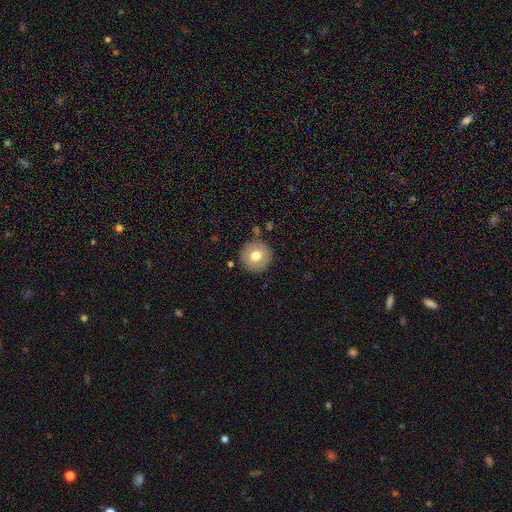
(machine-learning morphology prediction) smooth-or-featured: smooth: 71% | featured or disk: 20% | star or artifact: 9%
  how-rounded: round: 95% | in between: 4% | cigar-shaped: 1%
  merging: none: 87% | minor disturbance: 8% | merger: 3% | major disturbance: 2%